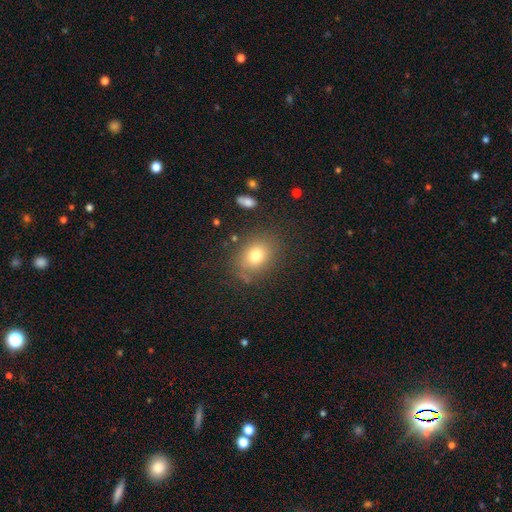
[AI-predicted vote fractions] A smooth galaxy with no disk features (76%) that is in between round and cigar-shaped (55%). Merging: none (80%).